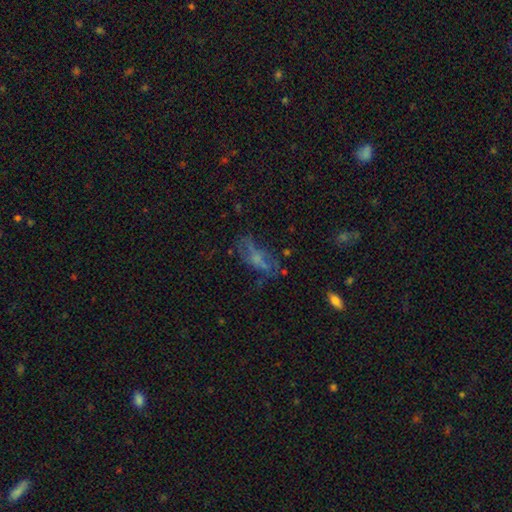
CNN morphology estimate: type=featured or disk (44%); merging=none (45%).